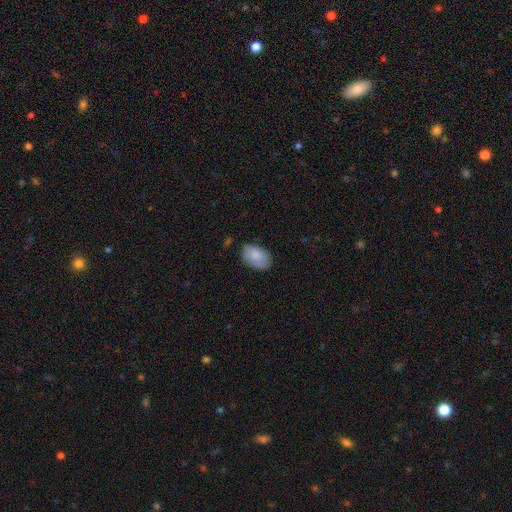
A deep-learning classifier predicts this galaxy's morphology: smooth-or-featured: smooth: 85% | featured or disk: 9% | star or artifact: 6%
  how-rounded: in between: 90% | round: 8% | cigar-shaped: 1%
  merging: none: 76% | minor disturbance: 19% | major disturbance: 4% | merger: 1%